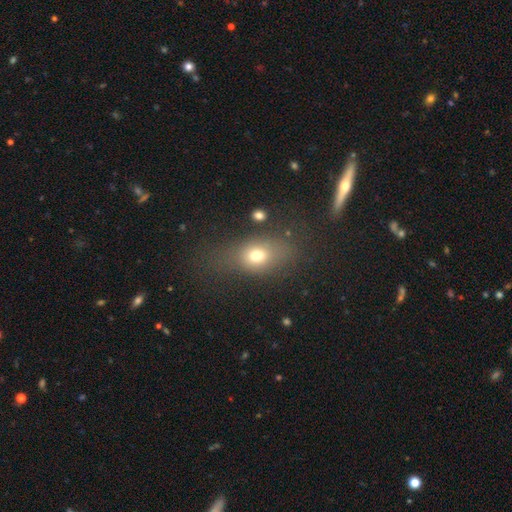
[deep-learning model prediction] Smooth or featured: smooth — 70% (featured or disk — 15%)
How rounded: in between — 67% (round — 28%)
Merging: none — 59% (minor disturbance — 20%)